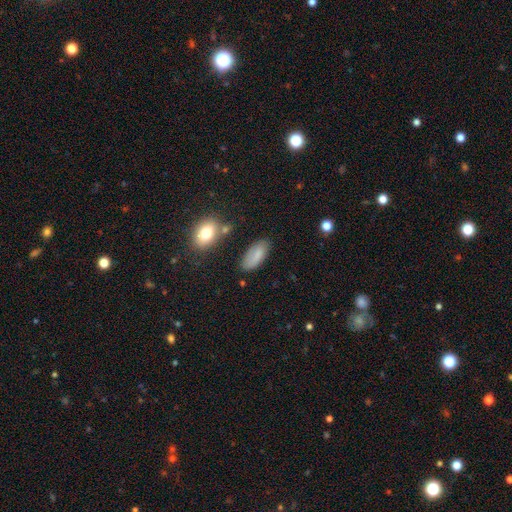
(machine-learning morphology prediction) Smooth or featured: smooth — 80% (featured or disk — 12%)
How rounded: in between — 86% (cigar-shaped — 11%)
Merging: none — 76% (minor disturbance — 16%)